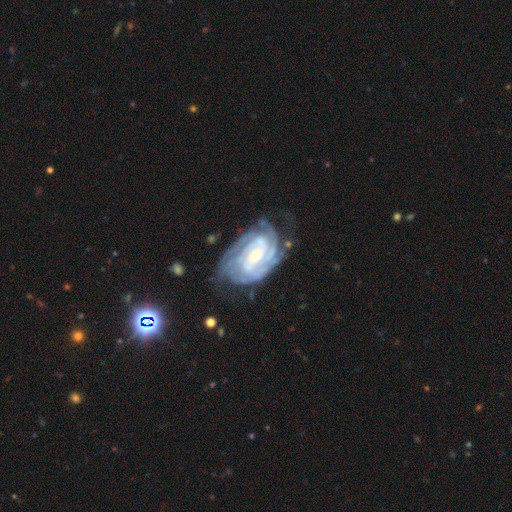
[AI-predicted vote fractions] A featured or disk galaxy (91%) with no bar (47%), 4 (25%) tight (76%) spiral arms (98%) and a small central bulge (74%). Merging: none (67%).